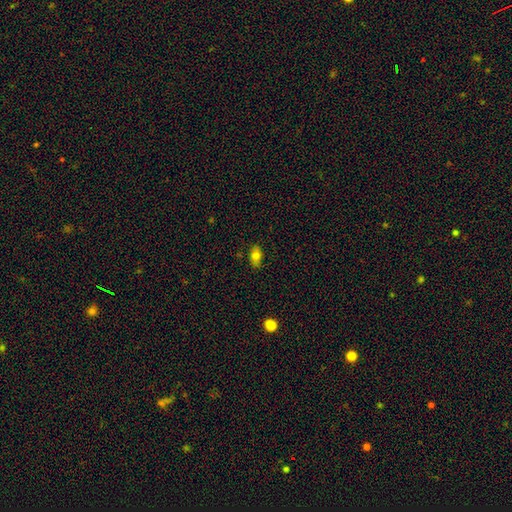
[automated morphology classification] A smooth galaxy with no disk features (76%) that is in between round and cigar-shaped (86%). Merging: none (82%).